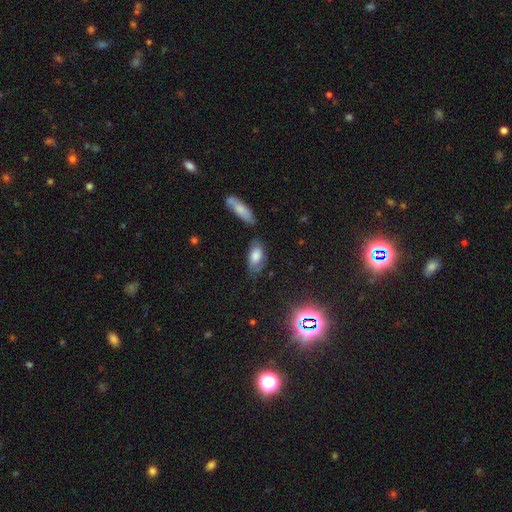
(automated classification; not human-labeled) Q: Smooth or featured?
A: smooth (65%); runner-up: featured or disk (24%)
Q: How rounded?
A: in between (89%); runner-up: cigar-shaped (6%)
Q: Merging?
A: none (57%); runner-up: minor disturbance (28%)